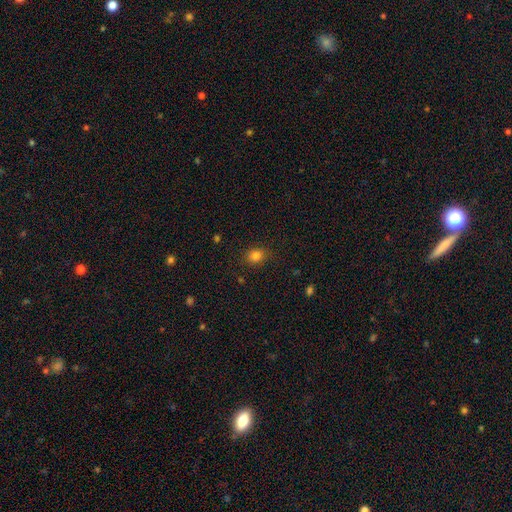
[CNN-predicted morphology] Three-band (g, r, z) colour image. It shows a smooth galaxy with no disk features (83%) that is round (55%). Merging: none (84%).